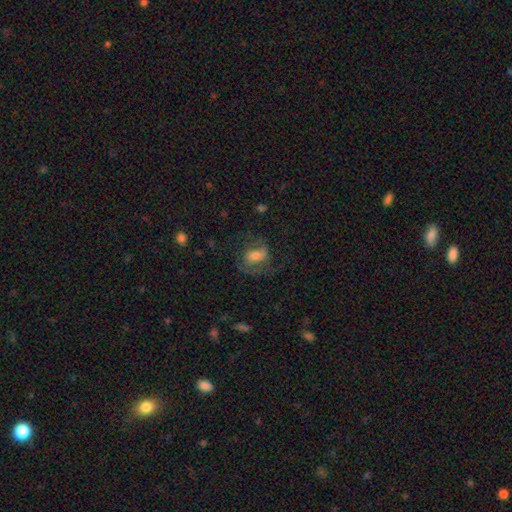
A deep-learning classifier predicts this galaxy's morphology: This is possibly a featured or disk galaxy (56%). It is clearly not viewed edge-on (96%). Bar: marginally weak (44%). Spiral arm pattern: clearly yes (83%). Central bulge: possibly moderate (48%). Merging: possibly none (54%).